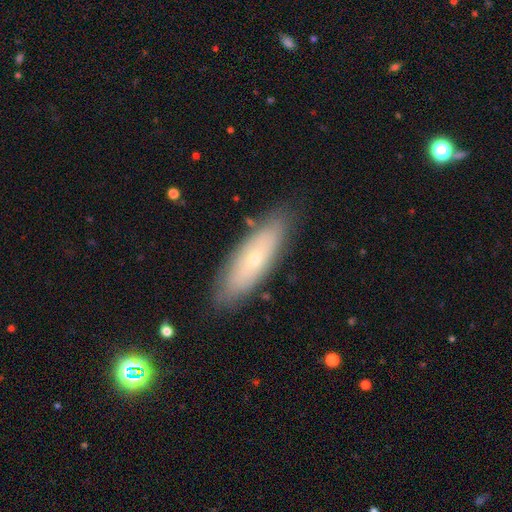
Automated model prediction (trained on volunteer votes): The model was most divided on "smooth or featured": smooth: 46%, featured or disk: 45%, star or artifact: 8%. More confident: merging — none (84%).